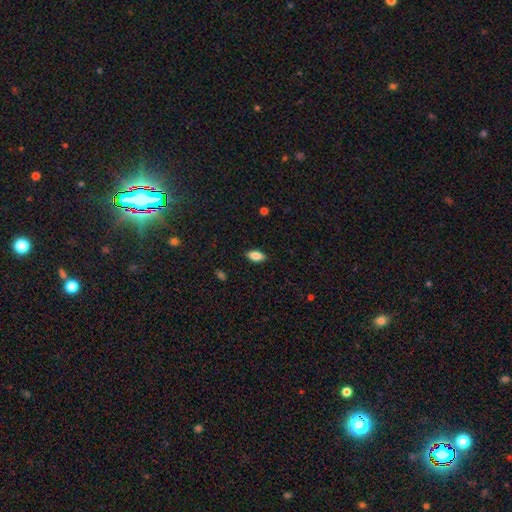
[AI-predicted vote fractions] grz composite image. It shows a smooth galaxy with no disk features (85%) that is in between round and cigar-shaped (89%). Merging: none (88%).